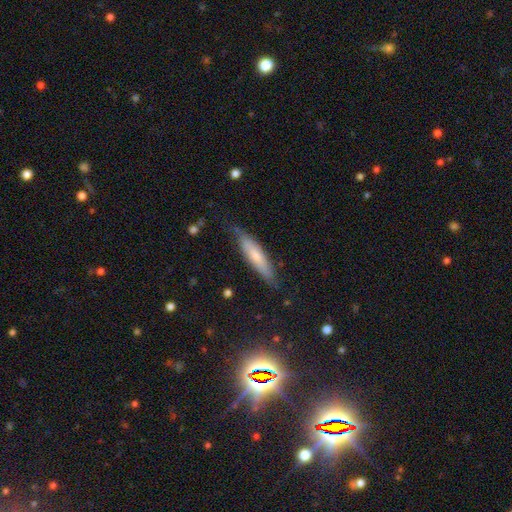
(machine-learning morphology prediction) A smooth galaxy with no disk features (64%) that is cigar-shaped (75%). Merging: none (73%).